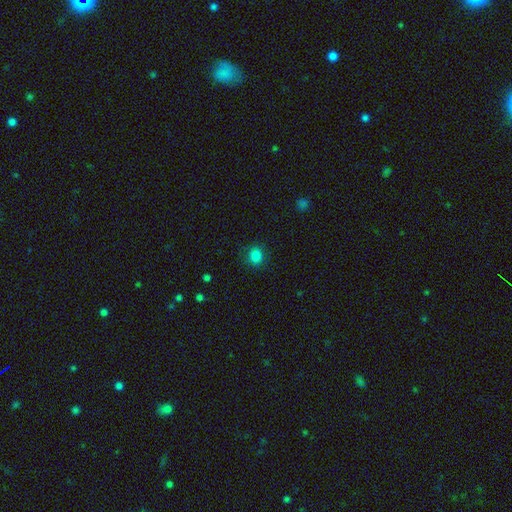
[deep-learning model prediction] A smooth galaxy with no disk features (84%) that is round (73%). Merging: none (87%).